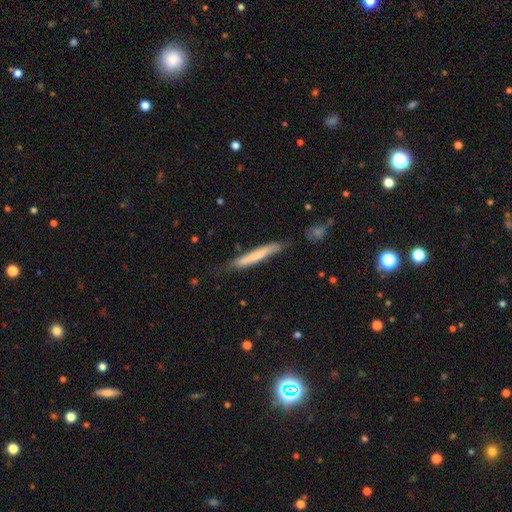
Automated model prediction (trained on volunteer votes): Smooth or featured?
  - smooth: 65% *
  - featured or disk: 30%
  - star or artifact: 6%
How rounded?
  - cigar-shaped: 95% *
  - in between: 4%
  - round: 1%
Merging?
  - none: 68% *
  - minor disturbance: 24%
  - major disturbance: 5%
  - merger: 3%